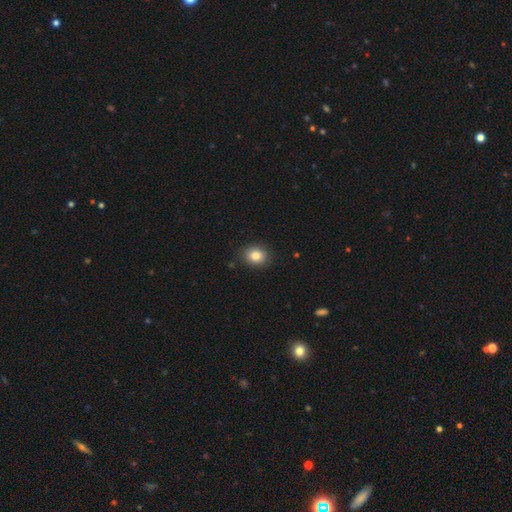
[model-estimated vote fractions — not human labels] Q: Smooth or featured?
A: smooth (84%); runner-up: star or artifact (9%)
Q: How rounded?
A: round (59%); runner-up: in between (40%)
Q: Merging?
A: none (87%); runner-up: minor disturbance (9%)